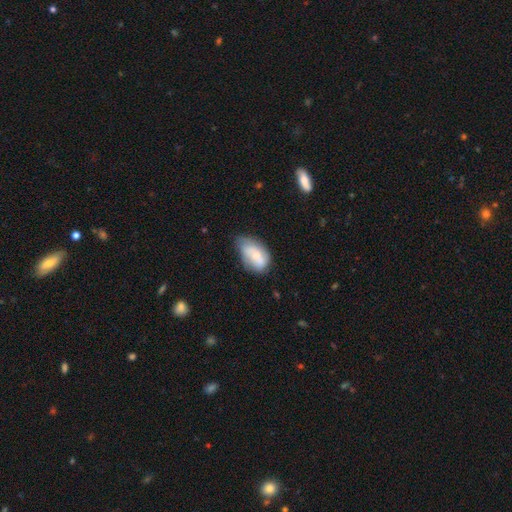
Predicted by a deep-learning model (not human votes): A smooth galaxy with no disk features (61%) that is in between round and cigar-shaped (90%).

Vote fractions:
- Smooth or featured? smooth: 61% / featured or disk: 31% / star or artifact: 7%
- How rounded? in between: 90% / round: 8% / cigar-shaped: 2%
- Merging? minor disturbance: 41% / none: 40% / major disturbance: 13% / merger: 6%